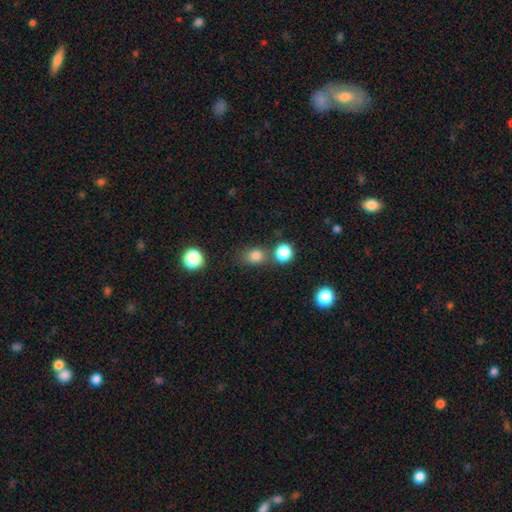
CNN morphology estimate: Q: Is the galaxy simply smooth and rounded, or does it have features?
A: smooth — 80%.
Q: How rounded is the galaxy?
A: round — 59%.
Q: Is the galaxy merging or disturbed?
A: none — 63%.